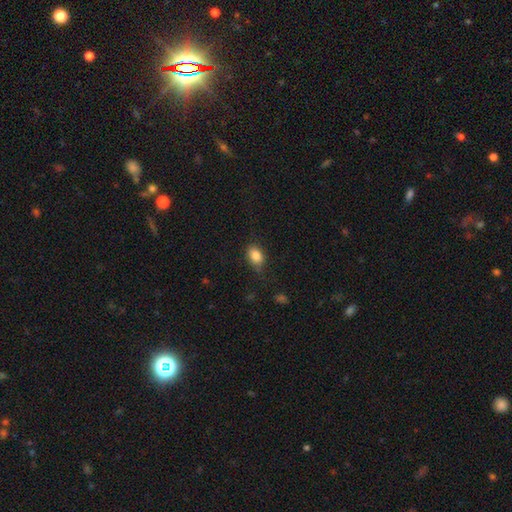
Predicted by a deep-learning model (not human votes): Overall: smooth (85%). How rounded: in between (77%). Merging: none (74%).